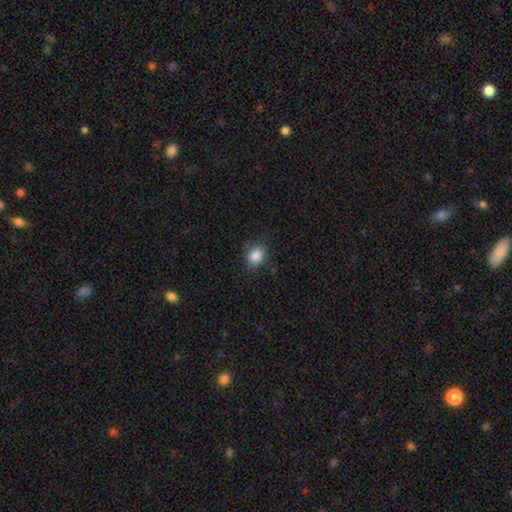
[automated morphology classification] This appears to be a smooth galaxy with no disk features (86%) that is round (69%). Merging: none (80%).